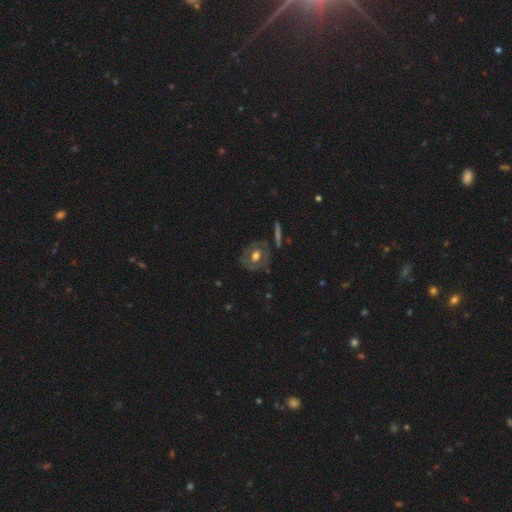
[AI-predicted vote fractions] Q: Smooth or featured?
A: featured or disk (49%); runner-up: smooth (43%)
Q: Merging?
A: none (76%); runner-up: minor disturbance (16%)